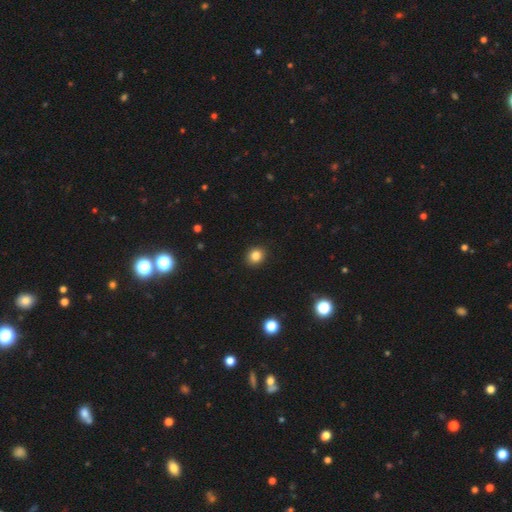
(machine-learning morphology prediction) The model was most divided on "how rounded": round: 78%, in between: 21%, cigar-shaped: 1%. More confident: merging — none (92%); smooth or featured — smooth (84%).